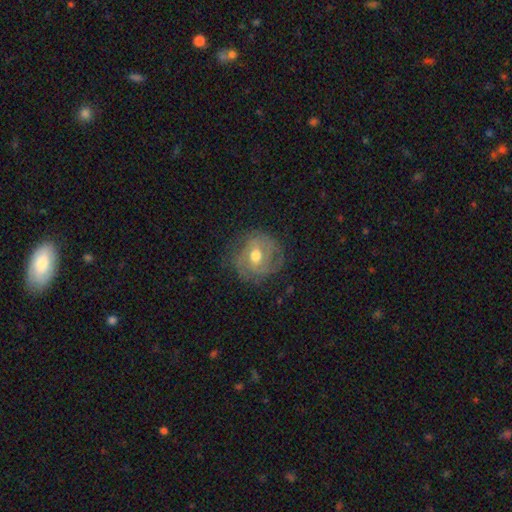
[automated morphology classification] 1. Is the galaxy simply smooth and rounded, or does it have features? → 62% featured or disk, 30% smooth, 7% star or artifact.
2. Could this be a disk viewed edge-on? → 96% no, 4% yes.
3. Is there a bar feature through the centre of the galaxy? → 45% no, 41% weak, 14% strong.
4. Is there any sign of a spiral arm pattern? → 64% yes, 36% no.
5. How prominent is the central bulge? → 78% moderate, 11% small, 9% large, 1% none, 1% dominant.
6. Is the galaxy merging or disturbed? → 68% none, 21% minor disturbance, 10% major disturbance, 1% merger.